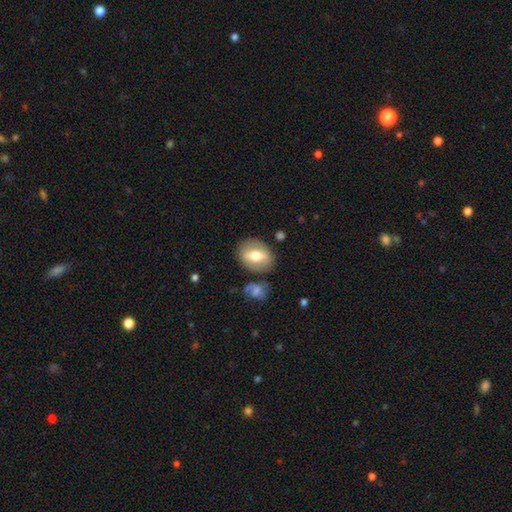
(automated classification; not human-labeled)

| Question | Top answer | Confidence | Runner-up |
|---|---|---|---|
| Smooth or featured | smooth | 54% | featured or disk (39%) |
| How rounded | in between | 62% | round (36%) |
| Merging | none | 78% | minor disturbance (12%) |